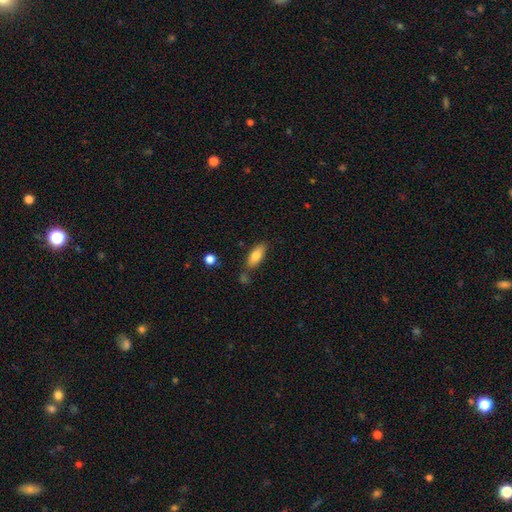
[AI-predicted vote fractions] Smooth or featured? smooth (79%)
How rounded? in between (78%)
Merging? none (73%)